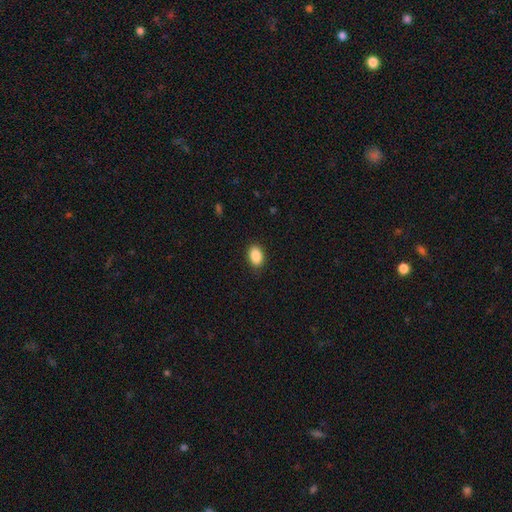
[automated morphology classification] smooth-or-featured: smooth: 89% | star or artifact: 8% | featured or disk: 4%
  how-rounded: in between: 85% | round: 14% | cigar-shaped: 1%
  merging: none: 86% | minor disturbance: 11% | major disturbance: 2% | merger: 1%